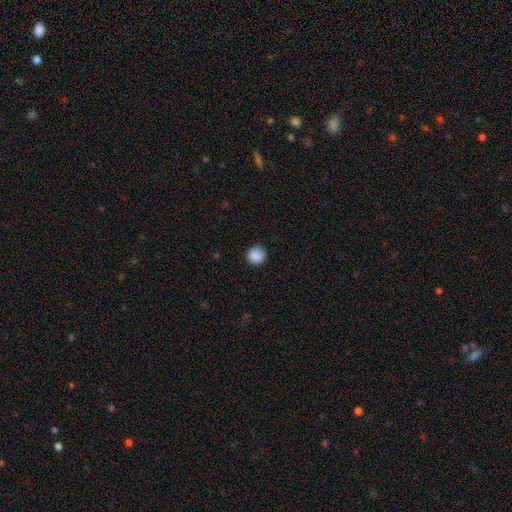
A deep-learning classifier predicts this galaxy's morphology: Smooth or featured?
  - smooth: 88% *
  - star or artifact: 9%
  - featured or disk: 3%
How rounded?
  - round: 93% *
  - in between: 6%
  - cigar-shaped: 1%
Merging?
  - none: 86% *
  - minor disturbance: 10%
  - major disturbance: 2%
  - merger: 1%